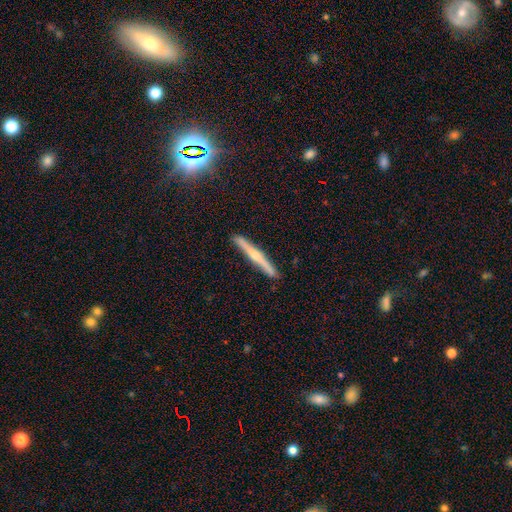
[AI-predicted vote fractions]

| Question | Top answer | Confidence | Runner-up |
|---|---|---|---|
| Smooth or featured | featured or disk | 65% | smooth (28%) |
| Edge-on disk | yes | 97% | no (3%) |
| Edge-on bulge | rounded | 78% | none (17%) |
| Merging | none | 91% | minor disturbance (7%) |